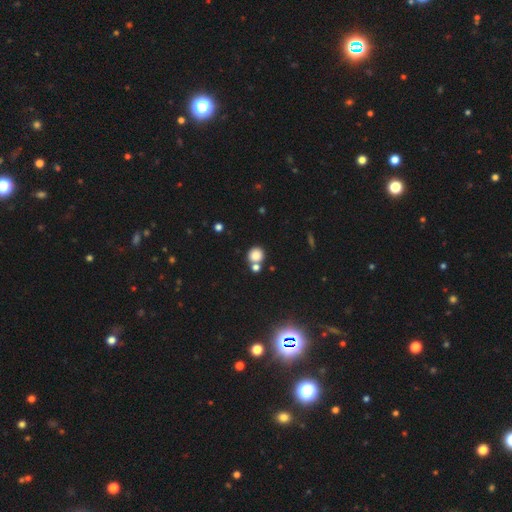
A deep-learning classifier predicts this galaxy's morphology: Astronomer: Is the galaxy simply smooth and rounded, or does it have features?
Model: smooth — 82%.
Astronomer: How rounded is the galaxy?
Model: round — 85%.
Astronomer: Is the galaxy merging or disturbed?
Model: none — 58%.